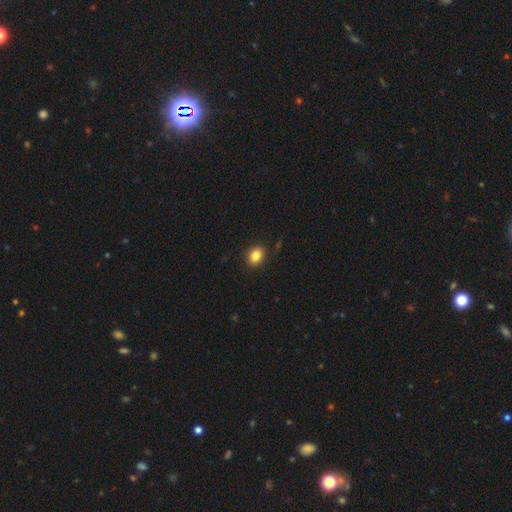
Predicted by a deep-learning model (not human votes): Smooth or featured: smooth — 85% (star or artifact — 10%)
How rounded: round — 51% (in between — 48%)
Merging: none — 89% (minor disturbance — 8%)